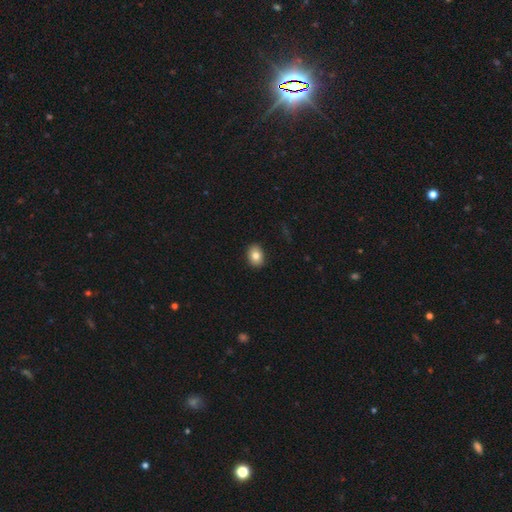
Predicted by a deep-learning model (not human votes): This is clearly a smooth galaxy (82%). How rounded: likely in between (63%). Merging: clearly none (90%).